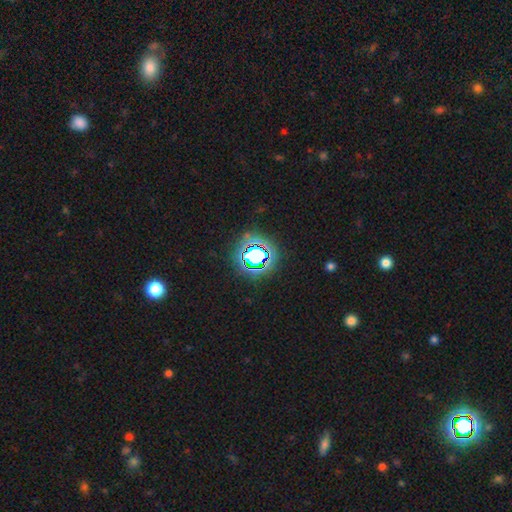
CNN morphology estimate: smooth_or_featured: star or artifact (p=0.63) [alt: smooth p=0.24]